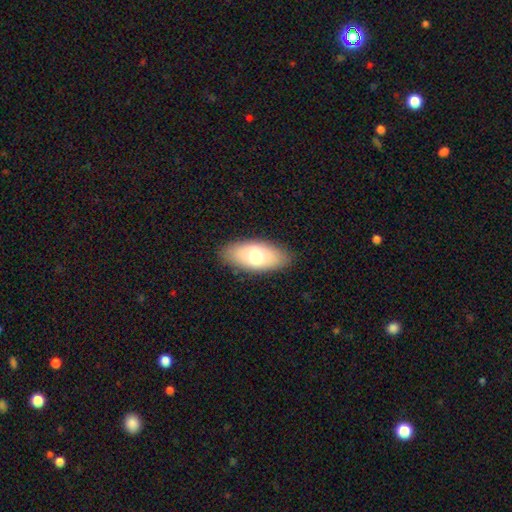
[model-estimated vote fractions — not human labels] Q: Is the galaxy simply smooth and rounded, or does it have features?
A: smooth — 69%.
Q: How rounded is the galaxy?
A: in between — 89%.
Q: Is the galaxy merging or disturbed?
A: none — 87%.